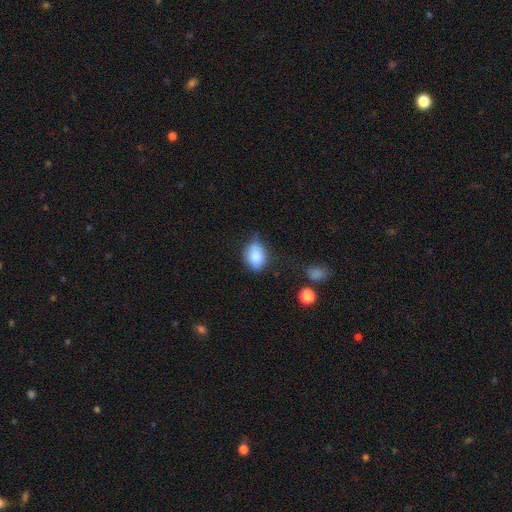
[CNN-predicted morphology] This is clearly a smooth galaxy (85%). How rounded: likely in between (79%). Merging: likely none (66%).